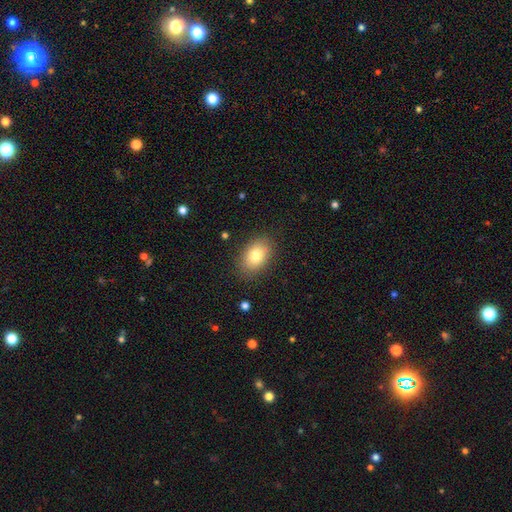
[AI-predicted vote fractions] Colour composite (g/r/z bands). It shows a smooth galaxy with no disk features (78%) that is in between round and cigar-shaped (82%). Merging: none (85%).